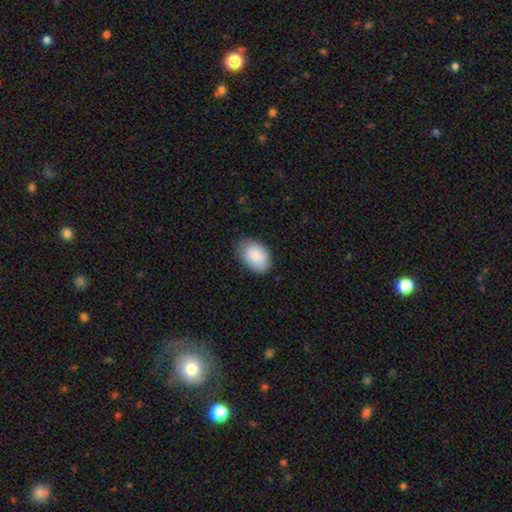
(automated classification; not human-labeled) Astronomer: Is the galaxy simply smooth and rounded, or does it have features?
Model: smooth — 84%.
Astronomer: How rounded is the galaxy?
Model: in between — 87%.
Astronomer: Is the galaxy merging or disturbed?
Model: none — 77%.